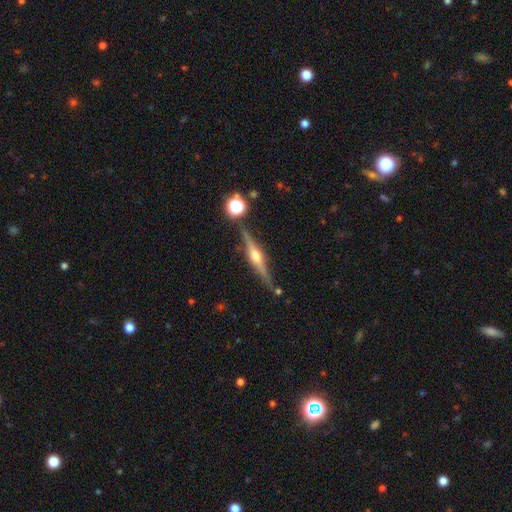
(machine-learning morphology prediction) Overall: featured or disk (79%). Edge-on disk: yes (98%). Edge-on bulge: rounded (92%). Merging: none (84%).